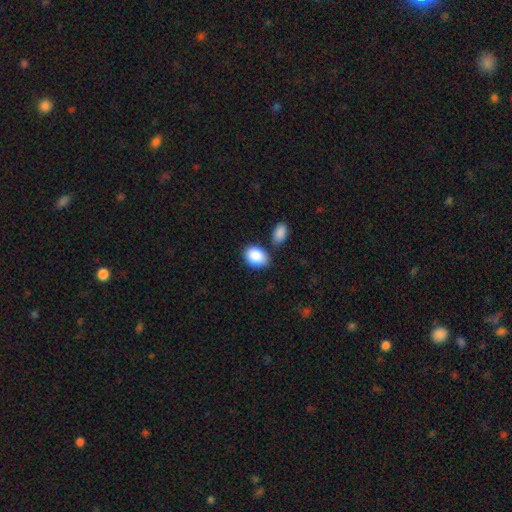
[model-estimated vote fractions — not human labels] smooth_or_featured: smooth (p=0.89) [alt: star or artifact p=0.07]
how_rounded: in between (p=0.73) [alt: round p=0.26]
merging: none (p=0.65) [alt: minor disturbance p=0.18]